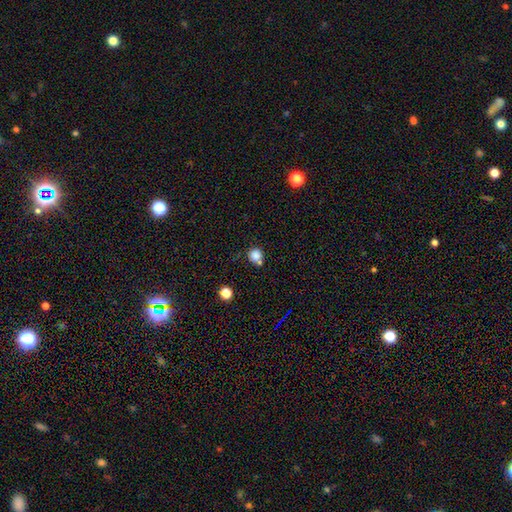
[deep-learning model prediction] Q: Smooth or featured?
A: smooth (81%); runner-up: star or artifact (12%)
Q: How rounded?
A: round (87%); runner-up: in between (12%)
Q: Merging?
A: none (58%); runner-up: merger (21%)